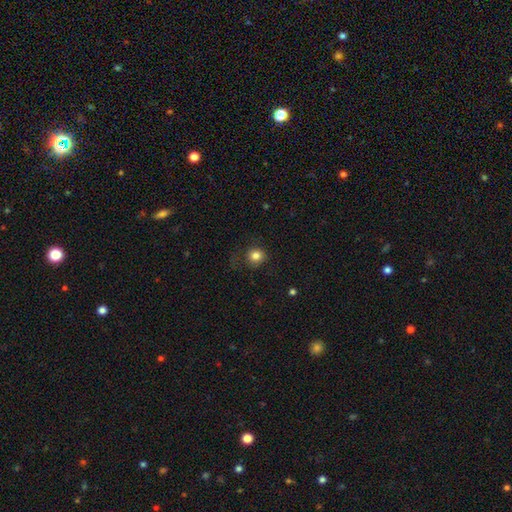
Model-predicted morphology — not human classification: Smooth or featured? smooth (83%)
How rounded? round (87%)
Merging? none (74%)